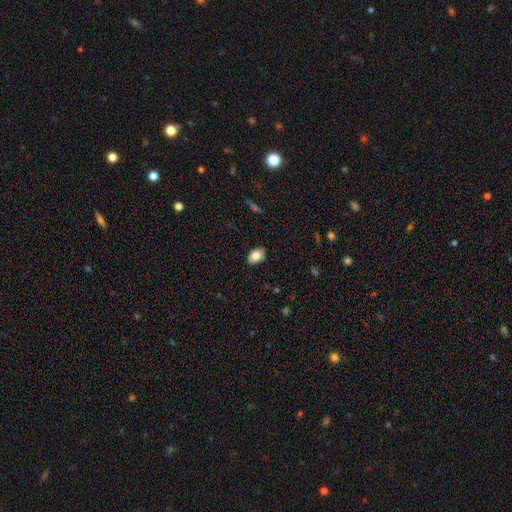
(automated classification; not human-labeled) This appears to be a smooth galaxy with no disk features (83%) that is in between round and cigar-shaped (89%). Merging: none (86%).